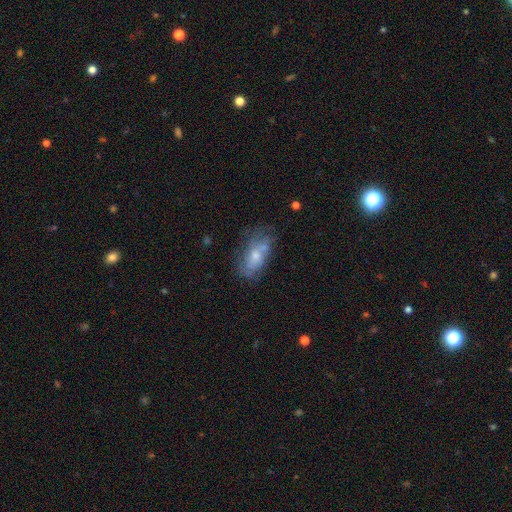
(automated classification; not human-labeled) smooth-or-featured: smooth: 48% | featured or disk: 44% | star or artifact: 9%
  merging: none: 47% | minor disturbance: 26% | major disturbance: 17% | merger: 11%